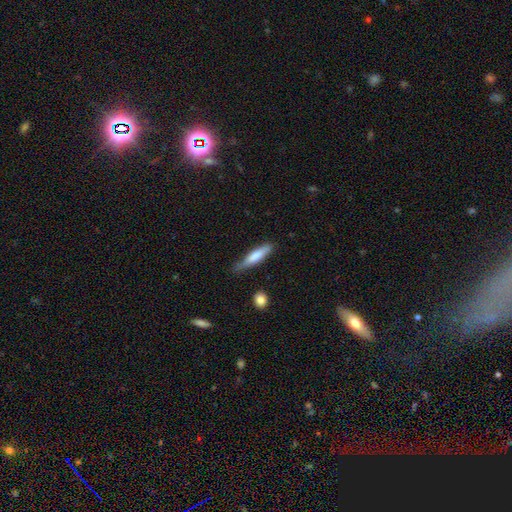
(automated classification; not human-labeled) Smooth or featured: smooth — 66% (featured or disk — 28%)
How rounded: cigar-shaped — 84% (in between — 15%)
Merging: none — 71% (minor disturbance — 23%)